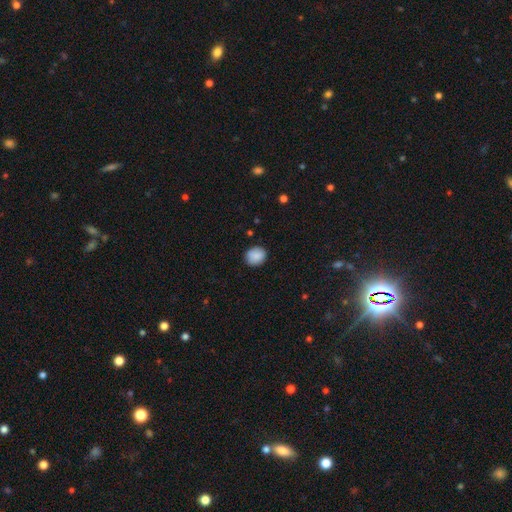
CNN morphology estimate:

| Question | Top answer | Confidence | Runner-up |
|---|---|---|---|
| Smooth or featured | smooth | 88% | star or artifact (8%) |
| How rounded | round | 73% | in between (26%) |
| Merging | none | 88% | minor disturbance (9%) |